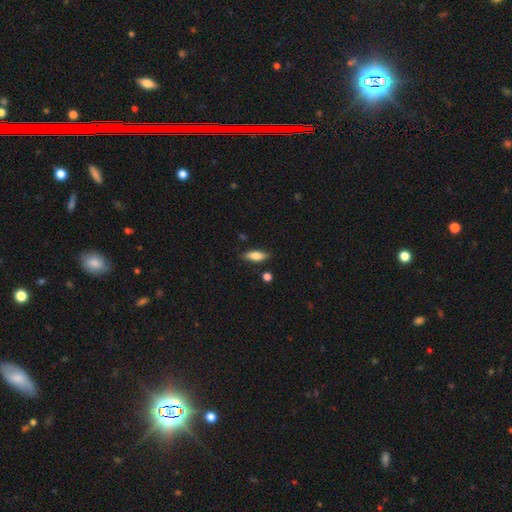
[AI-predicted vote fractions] smooth-or-featured: smooth: 77% | featured or disk: 16% | star or artifact: 7%
  how-rounded: in between: 67% | cigar-shaped: 31% | round: 2%
  merging: none: 83% | minor disturbance: 12% | merger: 2% | major disturbance: 2%